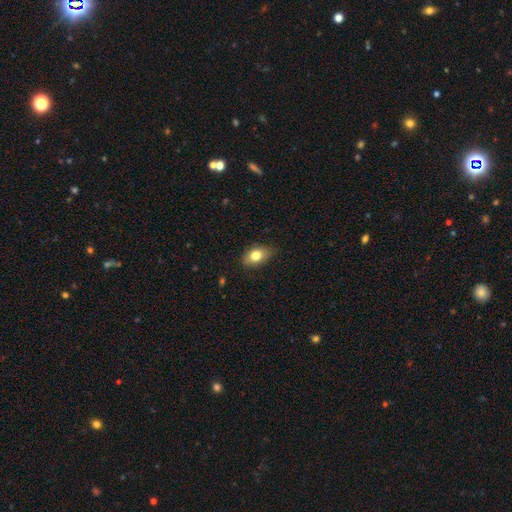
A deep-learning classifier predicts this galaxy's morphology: type=smooth (78%); roundness=in between (85%); merging=none (80%).